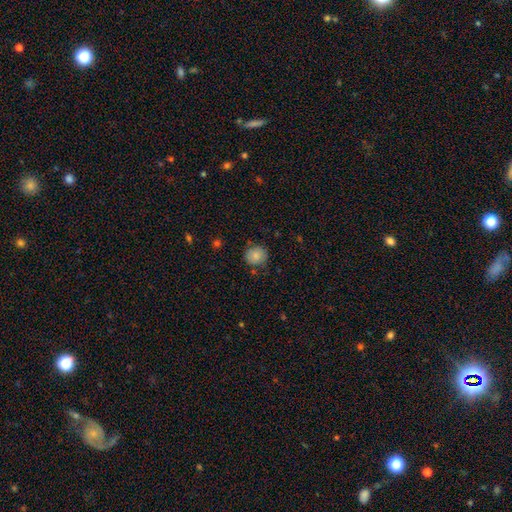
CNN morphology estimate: Overall: smooth (84%). How rounded: round (85%). Merging: none (80%).